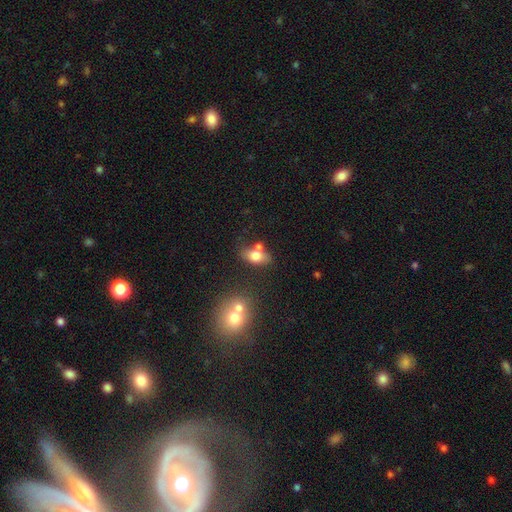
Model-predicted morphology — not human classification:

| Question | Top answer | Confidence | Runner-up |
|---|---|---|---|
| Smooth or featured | smooth | 75% | featured or disk (16%) |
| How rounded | in between | 83% | round (12%) |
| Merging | none | 53% | merger (27%) |